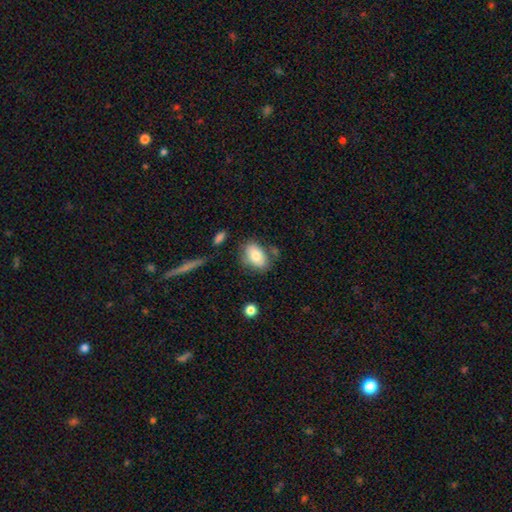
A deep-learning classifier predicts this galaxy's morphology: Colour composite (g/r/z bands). It shows a smooth galaxy with no disk features (78%) that is in between round and cigar-shaped (86%). Merging: none (67%).